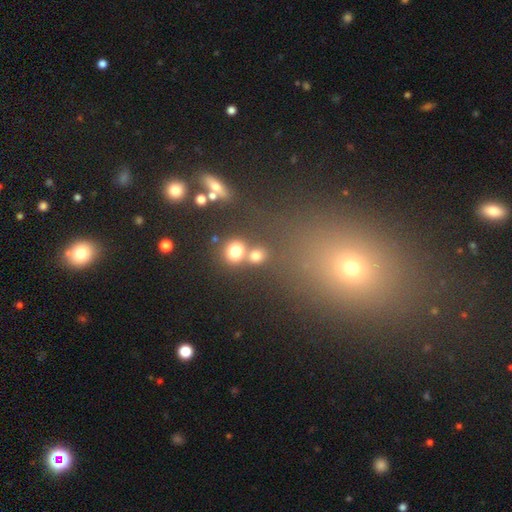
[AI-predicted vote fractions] Smooth or featured? smooth (75%)
How rounded? round (78%)
Merging? none (53%)